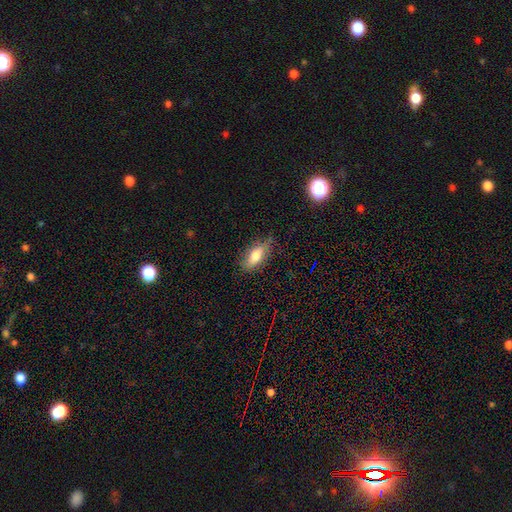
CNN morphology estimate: The model was most divided on "merging": none: 73%, minor disturbance: 21%, major disturbance: 4%, merger: 2%. More confident: how rounded — in between (79%); smooth or featured — smooth (73%).